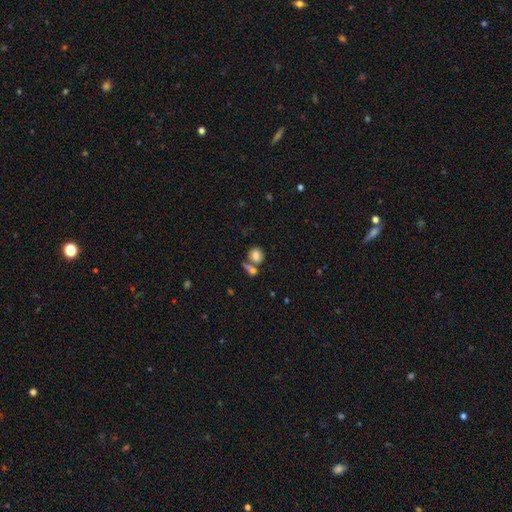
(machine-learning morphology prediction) Overall: smooth (78%). How rounded: round (67%; in between 31%). Merging: none (49%; merger 36%).